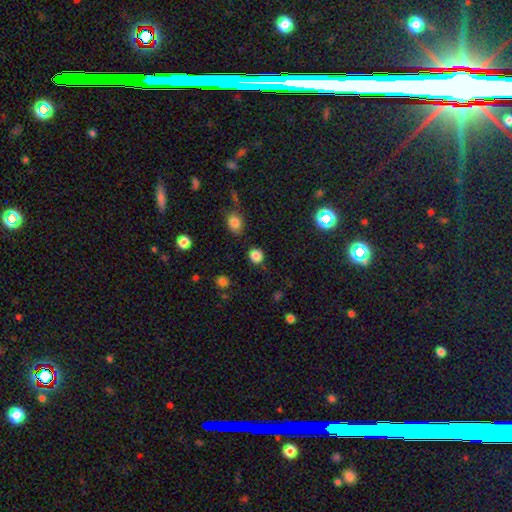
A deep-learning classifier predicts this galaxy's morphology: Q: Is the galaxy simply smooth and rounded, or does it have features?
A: smooth — 83%.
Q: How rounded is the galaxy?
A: round — 84%.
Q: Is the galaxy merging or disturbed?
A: none — 85%.